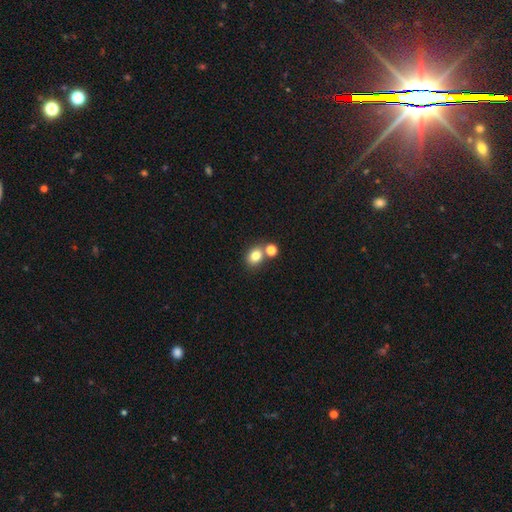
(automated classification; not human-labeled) This appears to be a smooth galaxy with no disk features (80%) that is round (56%). Merging: none (60%).